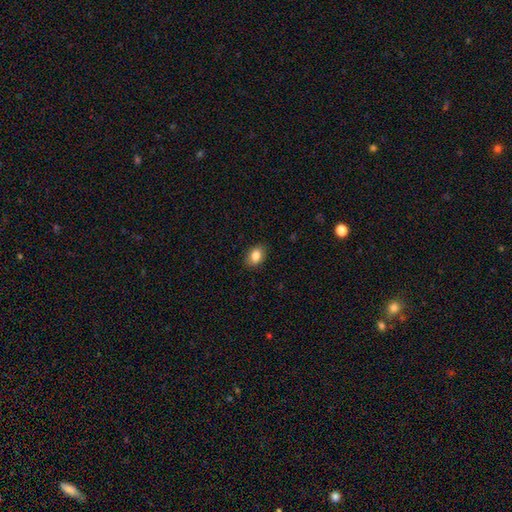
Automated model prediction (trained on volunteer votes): Morphology: type=smooth (85%); roundness=in between (76%); merging=none (87%).